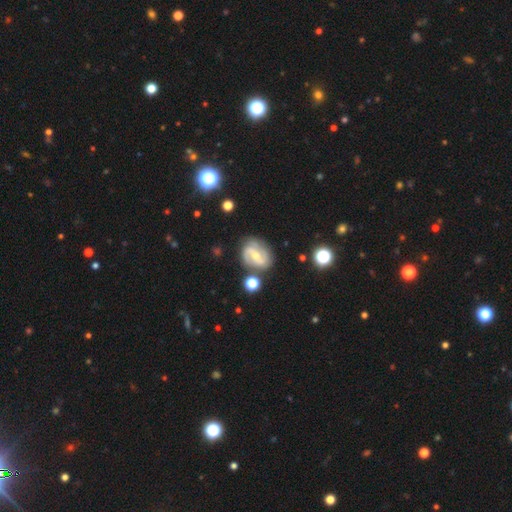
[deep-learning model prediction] This is likely a featured or disk galaxy (79%). It is clearly not viewed edge-on (97%). Bar: possibly weak (45%). Spiral arm pattern: clearly yes (93%). Spiral arm count: likely 2 (77%). Spiral winding: possibly medium (47%). Central bulge: possibly small (54%). Merging: likely none (71%).